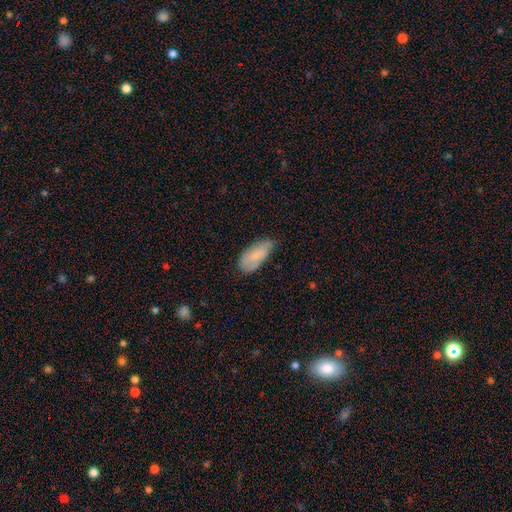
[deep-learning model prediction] Smooth or featured? smooth (72%)
How rounded? in between (90%)
Merging? none (45%)